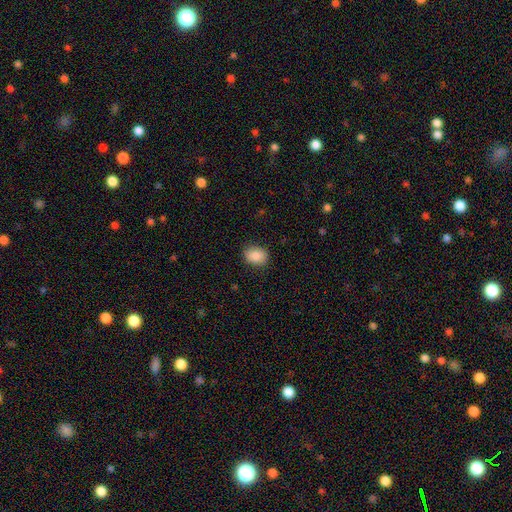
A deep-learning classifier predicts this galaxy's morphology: smooth_or_featured: smooth (p=0.86) [alt: star or artifact p=0.08]
how_rounded: in between (p=0.58) [alt: round p=0.41]
merging: none (p=0.86) [alt: minor disturbance p=0.10]